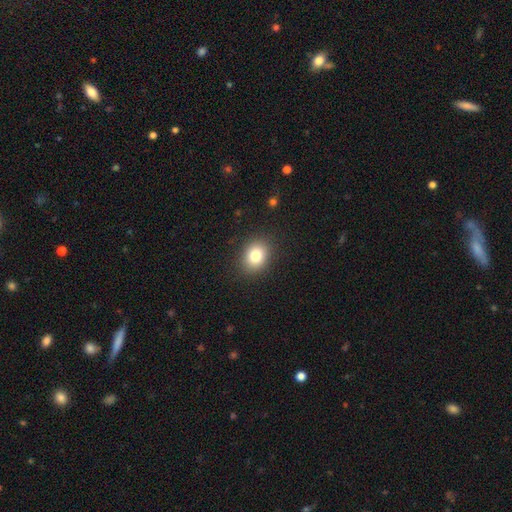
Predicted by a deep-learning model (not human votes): A smooth galaxy with no disk features (82%) that is round (52%). Merging: none (88%).